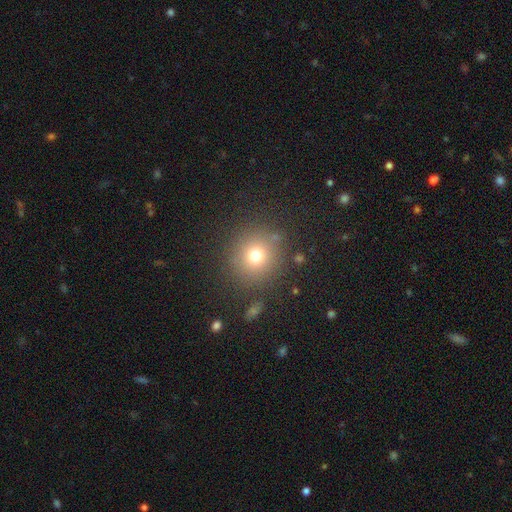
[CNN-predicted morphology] Smooth or featured? Predicted: smooth (p=0.73). How rounded? Predicted: round (p=0.92). Merging? Predicted: none (p=0.85).